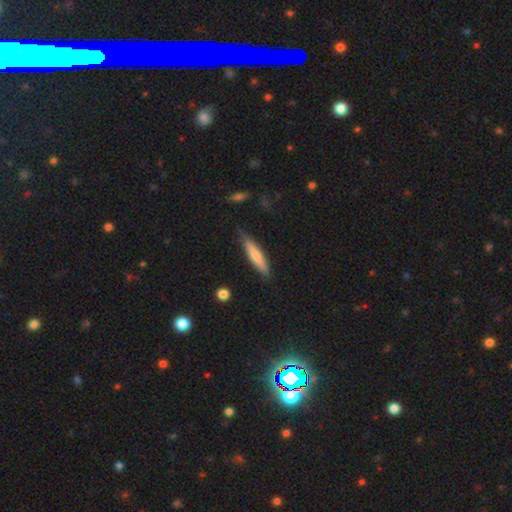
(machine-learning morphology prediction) Smooth or featured?
  - smooth: 64% *
  - featured or disk: 30%
  - star or artifact: 5%
How rounded?
  - cigar-shaped: 87% *
  - in between: 11%
  - round: 1%
Merging?
  - none: 76% *
  - minor disturbance: 19%
  - major disturbance: 3%
  - merger: 2%